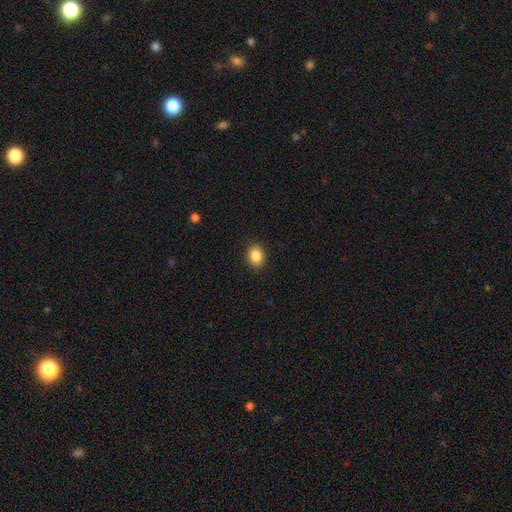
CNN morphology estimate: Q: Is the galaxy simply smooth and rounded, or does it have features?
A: smooth — 86%.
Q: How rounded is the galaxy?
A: round — 50%.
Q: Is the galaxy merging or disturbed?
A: none — 90%.